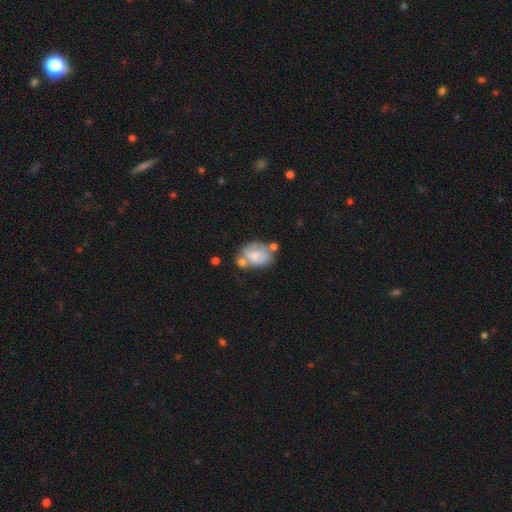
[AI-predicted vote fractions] smooth 64%, featured or disk 28%, star or artifact 8%. Down the decision tree: how rounded — in between (64%); merging — none (34%, tied with merger).